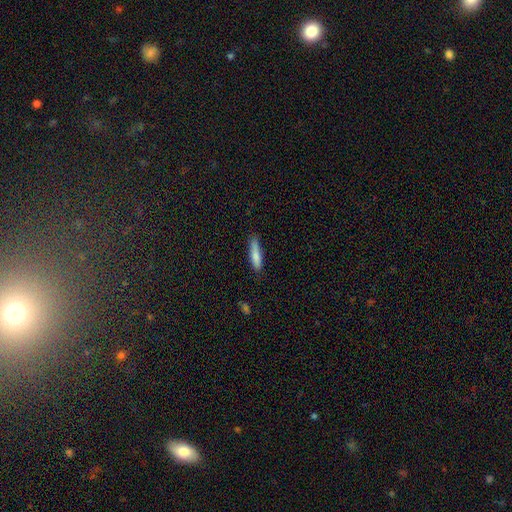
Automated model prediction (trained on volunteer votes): smooth 80%, featured or disk 14%, star or artifact 6%. Down the decision tree: how rounded — cigar-shaped (77%); merging — none (75%).